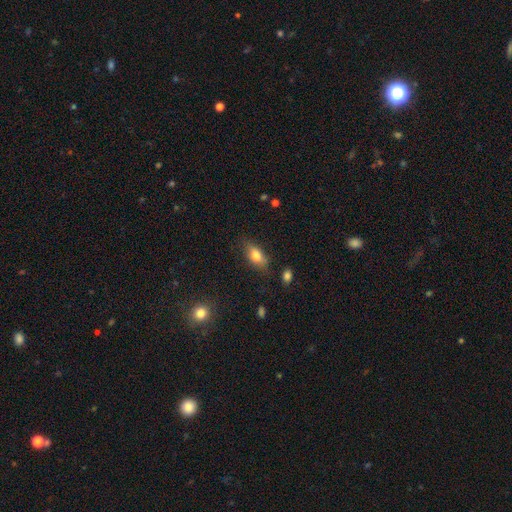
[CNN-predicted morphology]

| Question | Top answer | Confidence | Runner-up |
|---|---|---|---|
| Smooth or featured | smooth | 76% | featured or disk (15%) |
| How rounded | in between | 83% | cigar-shaped (11%) |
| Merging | none | 76% | minor disturbance (18%) |